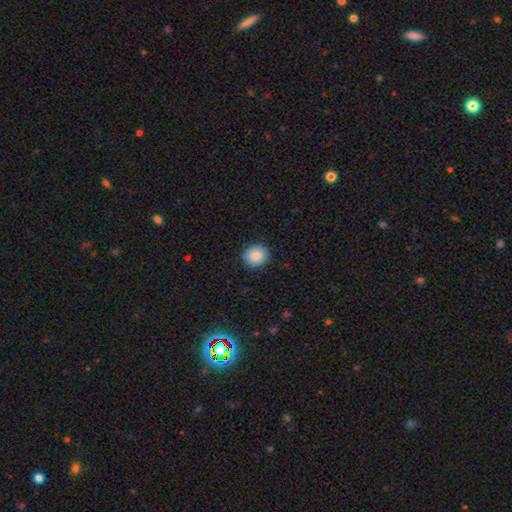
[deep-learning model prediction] This is clearly a smooth galaxy (88%). How rounded: likely round (78%). Merging: clearly none (90%).